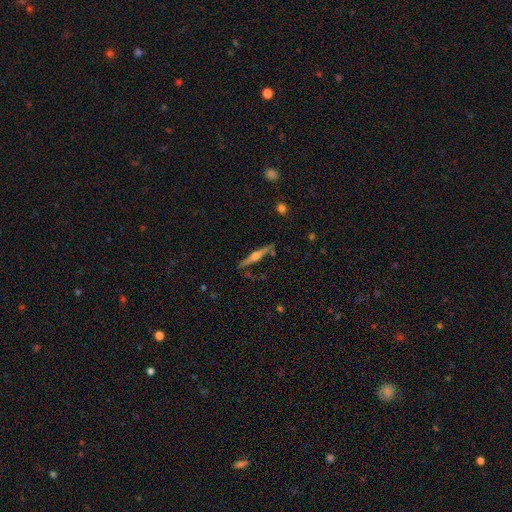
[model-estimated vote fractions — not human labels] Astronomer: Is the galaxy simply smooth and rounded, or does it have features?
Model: featured or disk — 76%.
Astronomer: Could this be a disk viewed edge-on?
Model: yes — 98%.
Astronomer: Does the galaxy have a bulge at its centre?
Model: rounded — 87%.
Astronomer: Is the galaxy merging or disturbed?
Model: none — 85%.